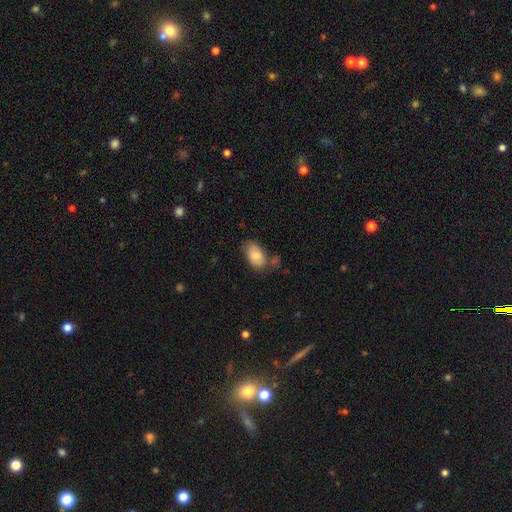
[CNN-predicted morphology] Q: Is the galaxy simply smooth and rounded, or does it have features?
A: smooth — 80%.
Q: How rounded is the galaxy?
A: in between — 92%.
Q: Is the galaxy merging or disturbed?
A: none — 56%.